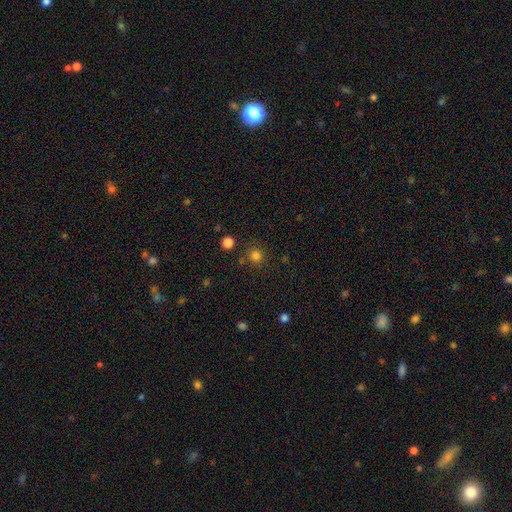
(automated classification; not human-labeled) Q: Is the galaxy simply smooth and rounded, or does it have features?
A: smooth — 80%.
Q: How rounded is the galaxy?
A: round — 91%.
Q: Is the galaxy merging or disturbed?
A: none — 82%.